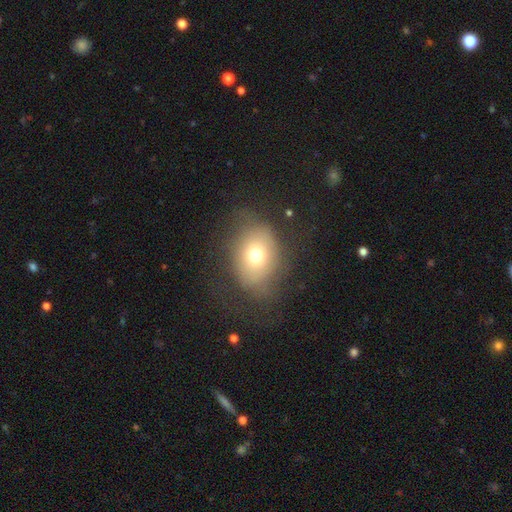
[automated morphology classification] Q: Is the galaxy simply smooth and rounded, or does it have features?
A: smooth — 66%.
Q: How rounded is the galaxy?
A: in between — 52%.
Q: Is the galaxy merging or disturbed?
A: none — 58%.